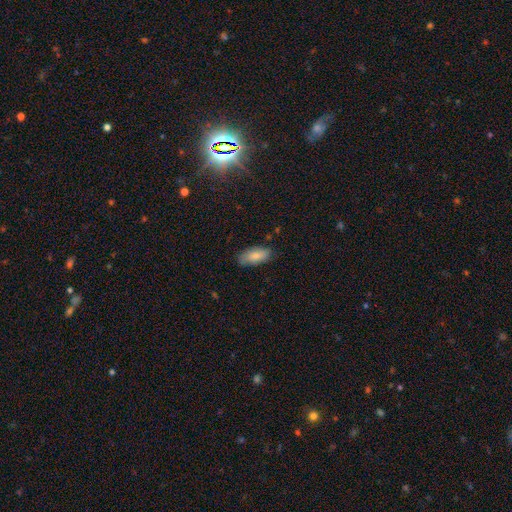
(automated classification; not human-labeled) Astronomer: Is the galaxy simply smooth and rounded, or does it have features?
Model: smooth — 82%.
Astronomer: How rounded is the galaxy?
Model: in between — 90%.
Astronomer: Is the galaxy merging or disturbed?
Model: none — 79%.